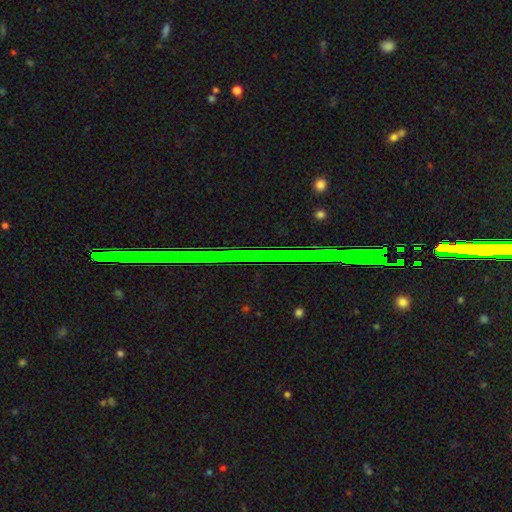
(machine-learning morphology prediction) Overall: star or artifact (86%).